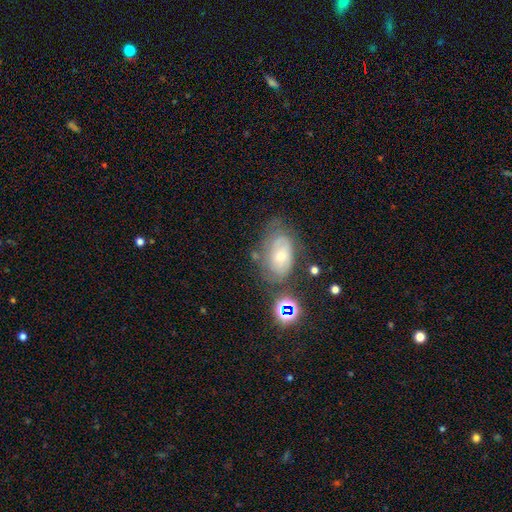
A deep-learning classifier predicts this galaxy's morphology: A featured or disk galaxy (53%).

Vote fractions:
- Smooth or featured? featured or disk: 53% / smooth: 30% / star or artifact: 17%
- Edge-on disk? no: 93% / yes: 7%
- Merging? none: 55% / minor disturbance: 25% / major disturbance: 14% / merger: 6%